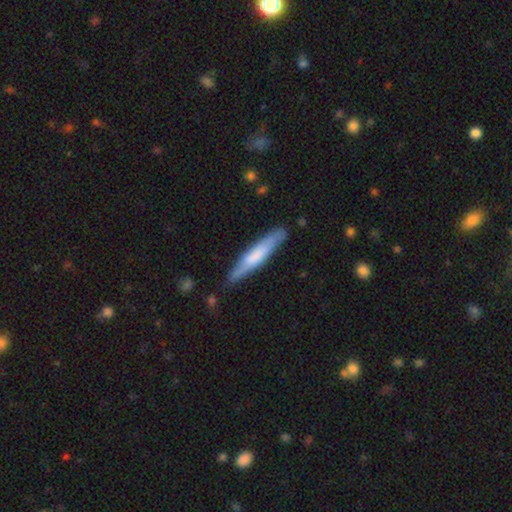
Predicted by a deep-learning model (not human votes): Smooth or featured?
  - smooth: 57% *
  - featured or disk: 38%
  - star or artifact: 5%
How rounded?
  - cigar-shaped: 91% *
  - in between: 7%
  - round: 1%
Merging?
  - none: 83% *
  - minor disturbance: 13%
  - major disturbance: 2%
  - merger: 2%